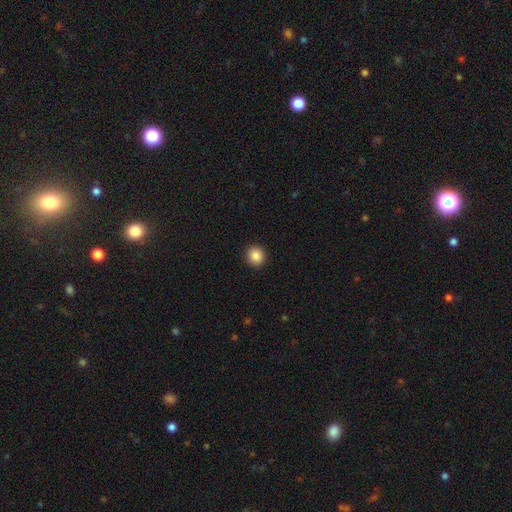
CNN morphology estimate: A smooth galaxy with no disk features (87%) that is round (91%).

Vote fractions:
- Smooth or featured? smooth: 87% / star or artifact: 9% / featured or disk: 4%
- How rounded? round: 91% / in between: 8% / cigar-shaped: 1%
- Merging? none: 93% / minor disturbance: 5% / major disturbance: 2% / merger: 1%